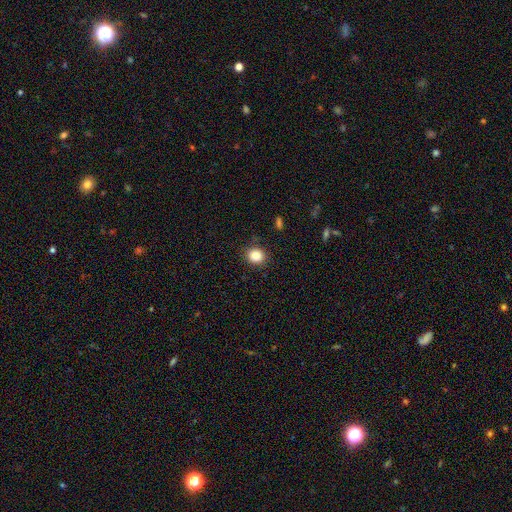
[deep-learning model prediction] This is clearly a smooth galaxy (87%). How rounded: likely round (77%). Merging: clearly none (85%).